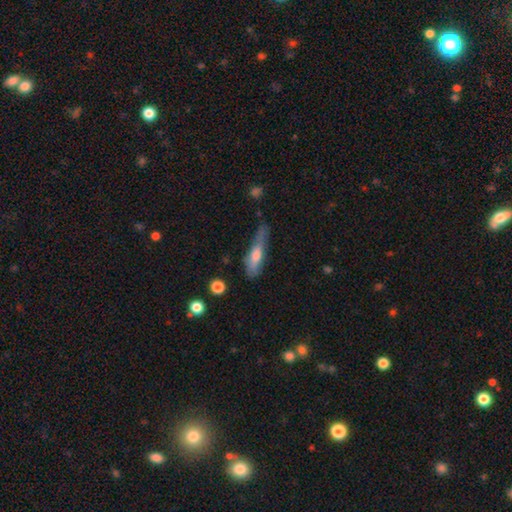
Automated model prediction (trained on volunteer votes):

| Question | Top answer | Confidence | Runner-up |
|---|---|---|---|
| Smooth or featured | smooth | 61% | featured or disk (32%) |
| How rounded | cigar-shaped | 71% | in between (27%) |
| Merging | none | 45% | minor disturbance (36%) |